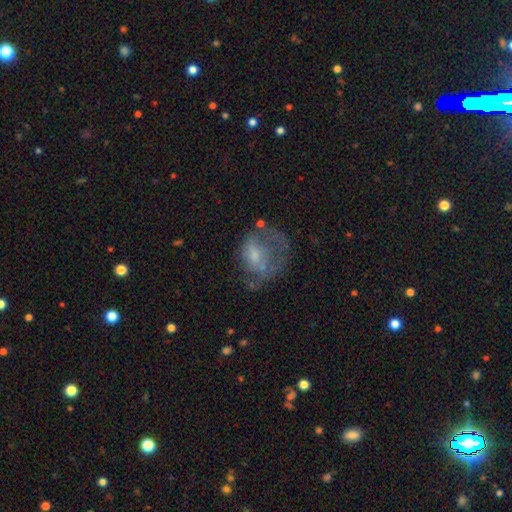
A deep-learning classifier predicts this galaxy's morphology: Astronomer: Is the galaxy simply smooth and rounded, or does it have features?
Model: smooth — 44%, tied with featured or disk at 44%.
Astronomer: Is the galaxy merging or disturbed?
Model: major disturbance — 42% (runner-up: none, 31%).